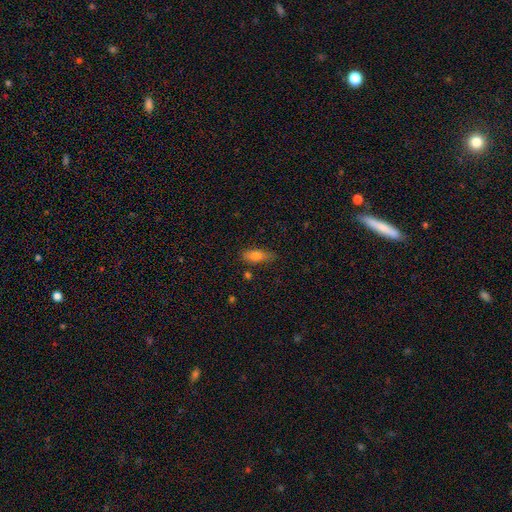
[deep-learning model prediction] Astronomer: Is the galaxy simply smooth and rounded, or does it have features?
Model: smooth — 75%.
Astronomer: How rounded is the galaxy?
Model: in between — 72%.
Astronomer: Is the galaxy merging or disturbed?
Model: none — 71%.